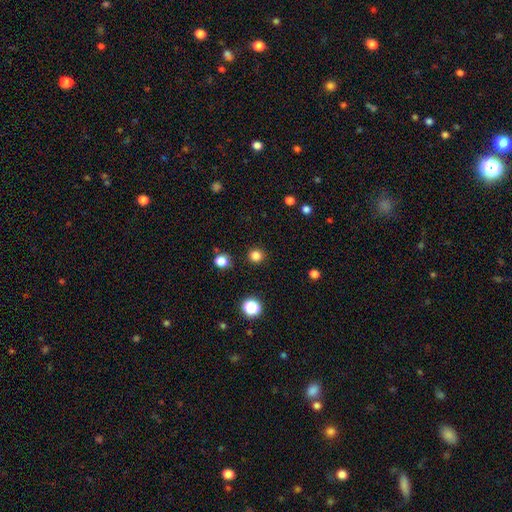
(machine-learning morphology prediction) This appears to be a smooth galaxy with no disk features (82%) that is round (94%). Merging: none (91%).